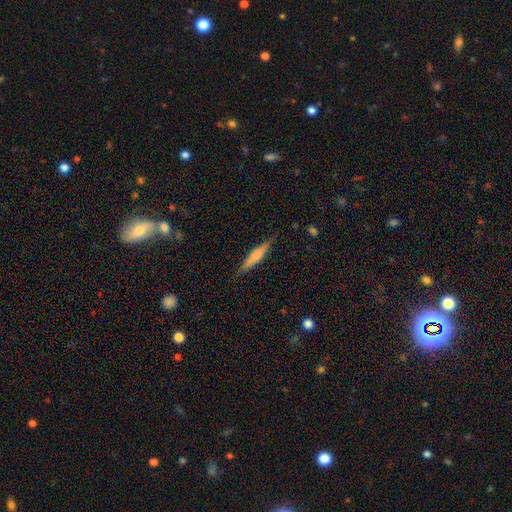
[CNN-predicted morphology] A smooth galaxy with no disk features (55%) that is cigar-shaped (85%). Merging: none (85%).